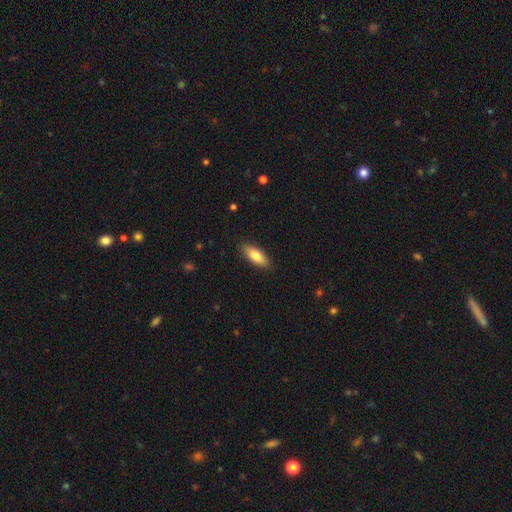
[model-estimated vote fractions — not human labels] smooth_or_featured: smooth (p=0.80) [alt: featured or disk p=0.14]
how_rounded: in between (p=0.75) [alt: cigar-shaped p=0.23]
merging: none (p=0.88) [alt: minor disturbance p=0.09]